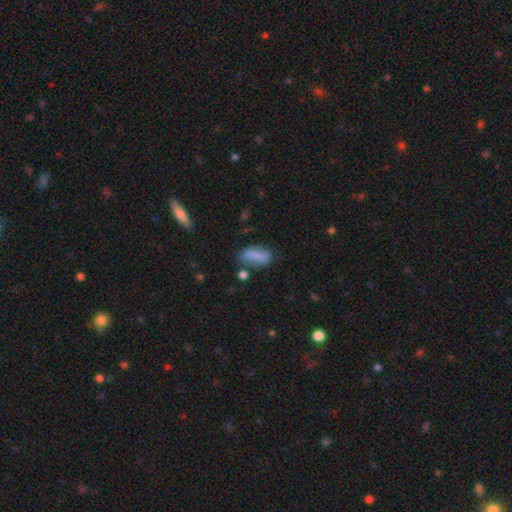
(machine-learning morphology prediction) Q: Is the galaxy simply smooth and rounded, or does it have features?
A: smooth — 82%.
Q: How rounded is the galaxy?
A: in between — 81%.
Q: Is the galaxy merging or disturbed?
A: none — 62%.